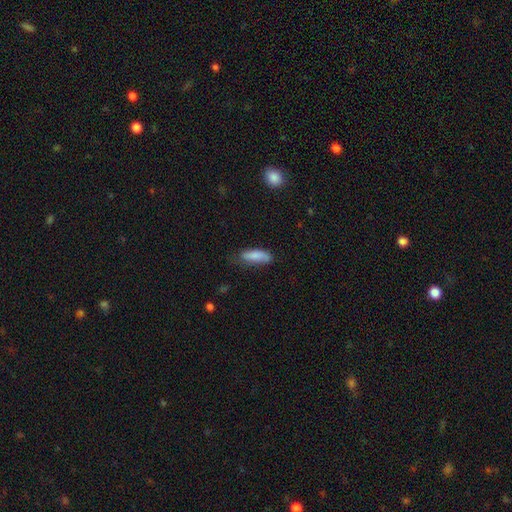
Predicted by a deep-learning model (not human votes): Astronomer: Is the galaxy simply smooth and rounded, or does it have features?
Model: smooth — 80%.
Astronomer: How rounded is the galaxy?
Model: in between — 57% (runner-up: cigar-shaped, 41%).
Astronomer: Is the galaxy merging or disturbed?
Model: none — 59%.